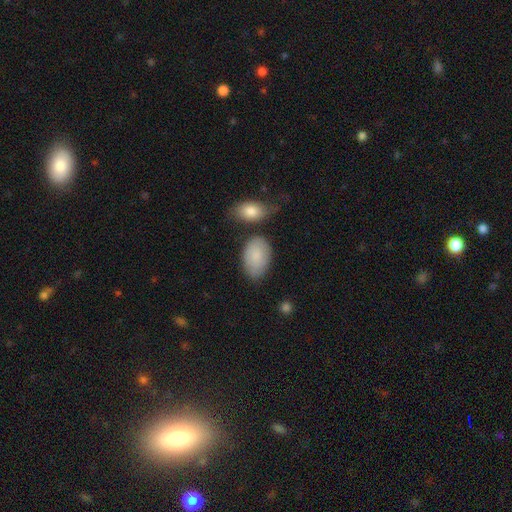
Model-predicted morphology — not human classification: smooth_or_featured: smooth (p=0.84) [alt: featured or disk p=0.10]
how_rounded: in between (p=0.92) [alt: round p=0.06]
merging: none (p=0.62) [alt: minor disturbance p=0.22]